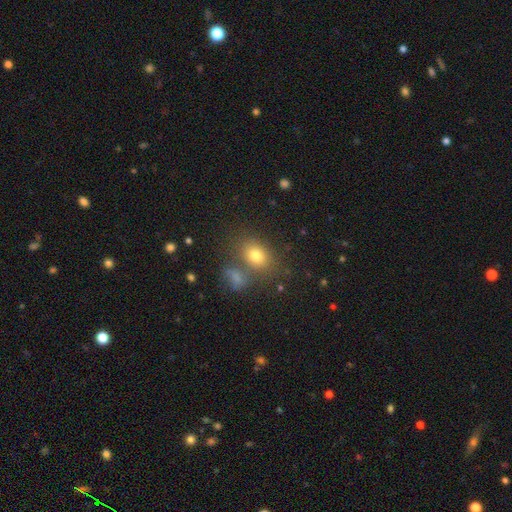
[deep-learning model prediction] Smooth or featured? Predicted: smooth (p=0.76). How rounded? Predicted: in between (p=0.63). Merging? Predicted: none (p=0.65).